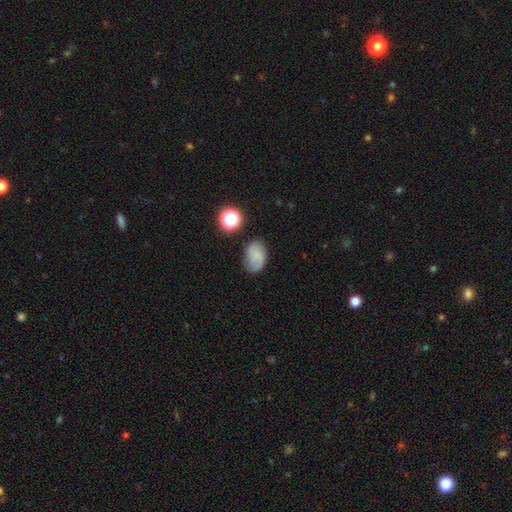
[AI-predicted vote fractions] A smooth galaxy with no disk features (62%) that is in between round and cigar-shaped (80%). Merging: none (72%).